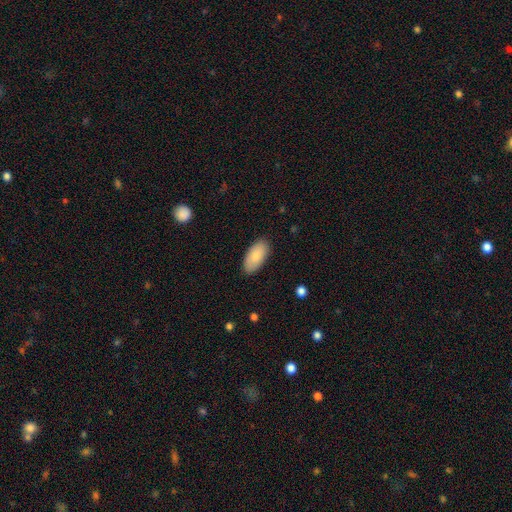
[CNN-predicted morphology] A smooth galaxy with no disk features (84%) that is in between round and cigar-shaped (94%). Merging: none (86%).